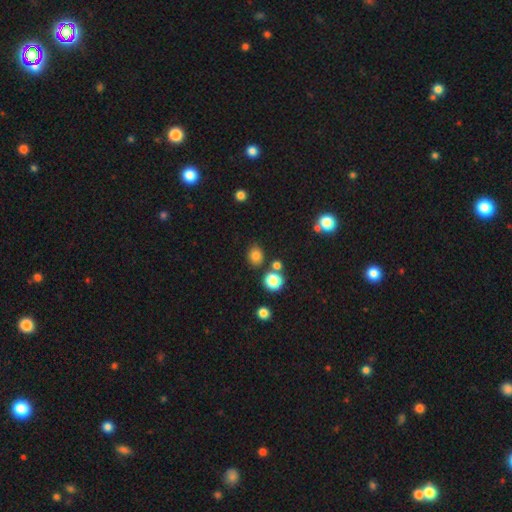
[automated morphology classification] smooth 80%, star or artifact 15%, featured or disk 5%. Down the decision tree: how rounded — round (67%); merging — none (78%).